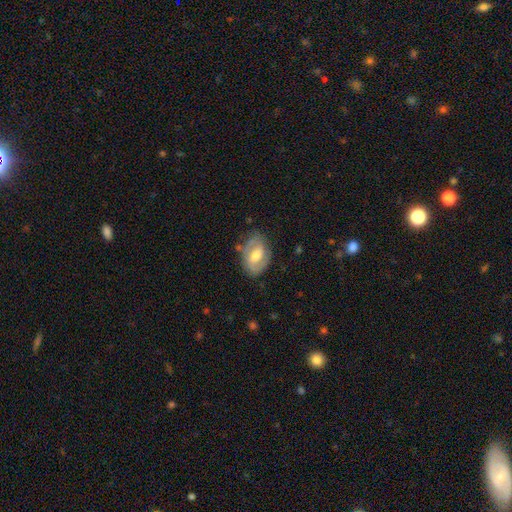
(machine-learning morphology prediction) The model was most divided on "bar": weak: 48%, no: 29%, strong: 23%. More confident: edge-on disk — no (95%); spiral arms — yes (74%); merging — none (69%); bulge size — moderate (62%); smooth or featured — featured or disk (62%).